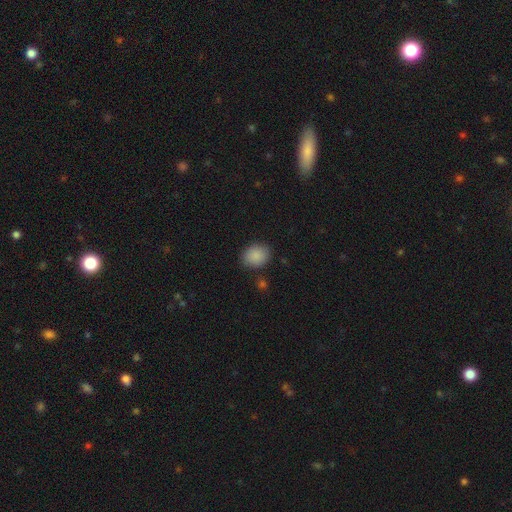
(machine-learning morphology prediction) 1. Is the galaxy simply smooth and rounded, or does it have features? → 88% smooth, 8% star or artifact, 4% featured or disk.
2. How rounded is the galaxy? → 50% in between, 49% round, 1% cigar-shaped.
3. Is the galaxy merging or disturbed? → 82% none, 12% minor disturbance, 3% major disturbance, 3% merger.